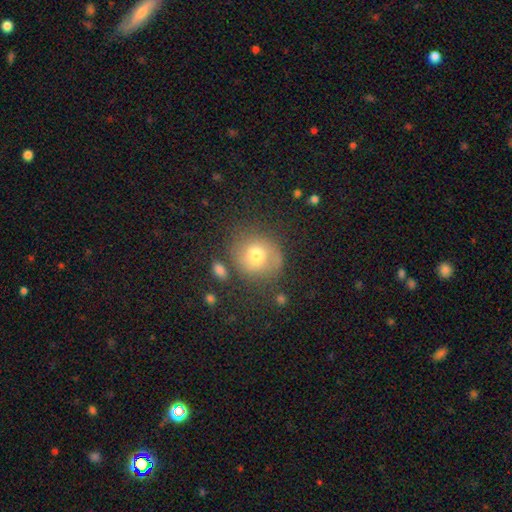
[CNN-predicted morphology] This appears to be a smooth galaxy with no disk features (71%) that is round (82%). Merging: none (70%).